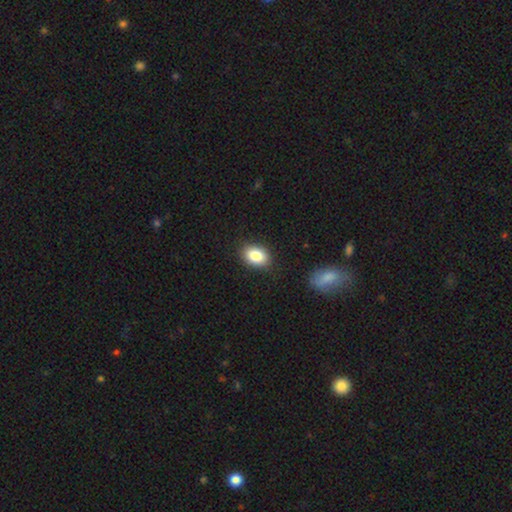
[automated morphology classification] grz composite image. It shows a smooth galaxy with no disk features (86%) that is in between round and cigar-shaped (80%). Merging: none (85%).